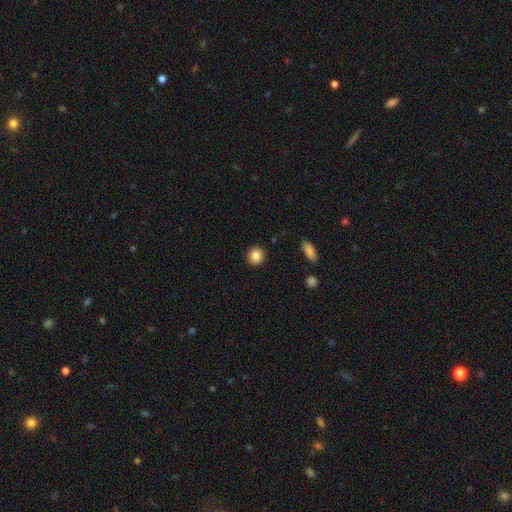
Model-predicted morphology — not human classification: Overall: smooth (85%). How rounded: round (90%). Merging: none (92%).